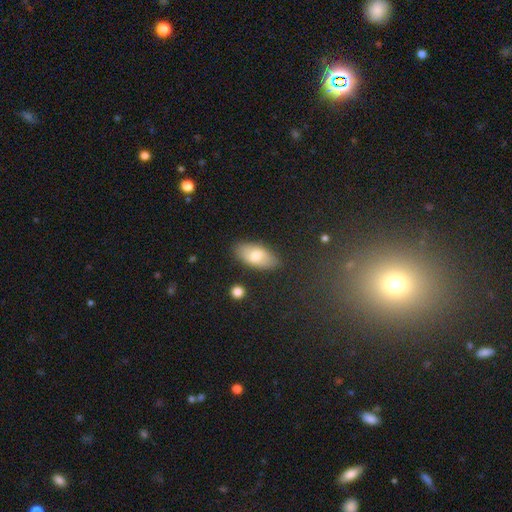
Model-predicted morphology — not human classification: smooth 73%, featured or disk 20%, star or artifact 7%. Down the decision tree: how rounded — in between (91%); merging — none (84%).